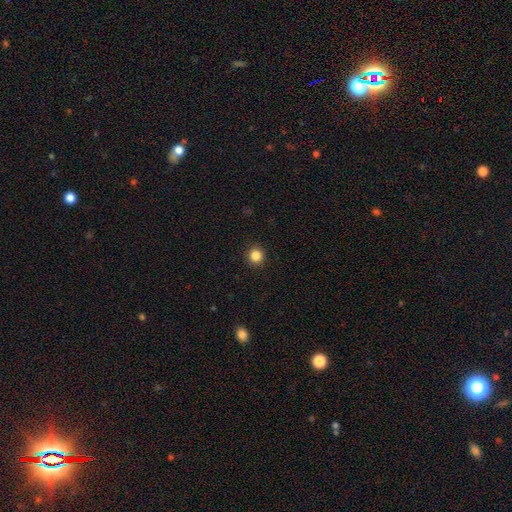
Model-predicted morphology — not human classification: A smooth galaxy with no disk features (85%) that is round (93%). Merging: none (93%).